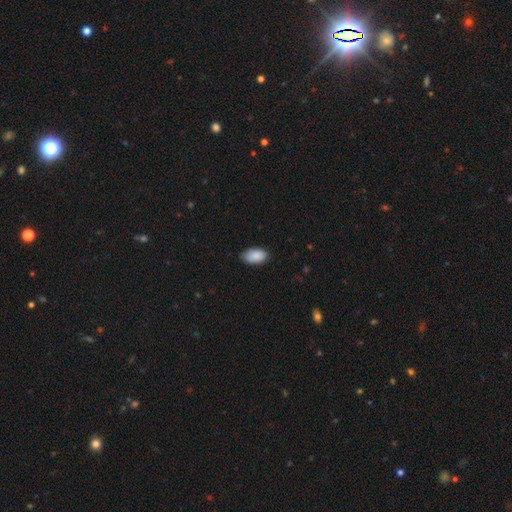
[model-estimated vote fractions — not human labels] Smooth or featured?
  - smooth: 89% *
  - star or artifact: 6%
  - featured or disk: 5%
How rounded?
  - in between: 95% *
  - round: 3%
  - cigar-shaped: 2%
Merging?
  - none: 82% *
  - minor disturbance: 15%
  - major disturbance: 2%
  - merger: 1%